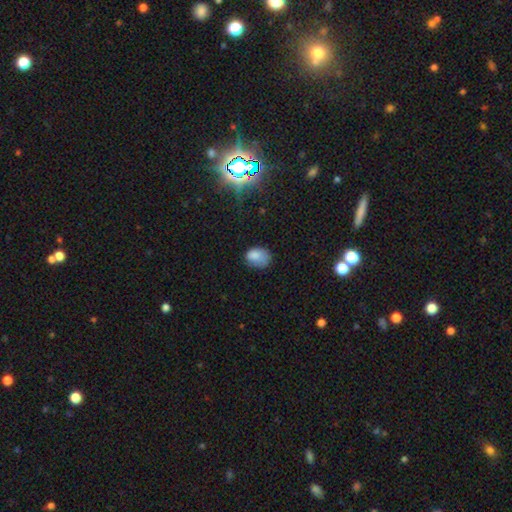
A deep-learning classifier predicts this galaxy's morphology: smooth 80%, star or artifact 10%, featured or disk 9%. Down the decision tree: how rounded — in between (64%); merging — none (49%).